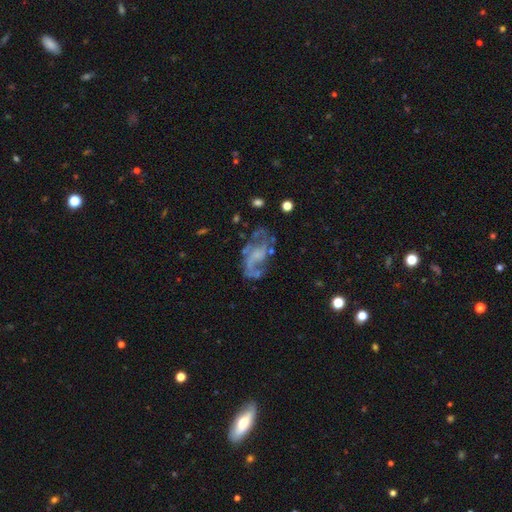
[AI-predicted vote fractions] Smooth or featured? Predicted: featured or disk (p=0.78). Edge-on disk? Predicted: no (p=0.97). Bar? Predicted: no (p=0.59). Spiral arms? Predicted: yes (p=0.82). Spiral winding? Predicted: loose (p=0.46). Spiral arm count? Predicted: 2 (p=0.65). Bulge size? Predicted: none (p=0.48). Merging? Predicted: none (p=0.52).